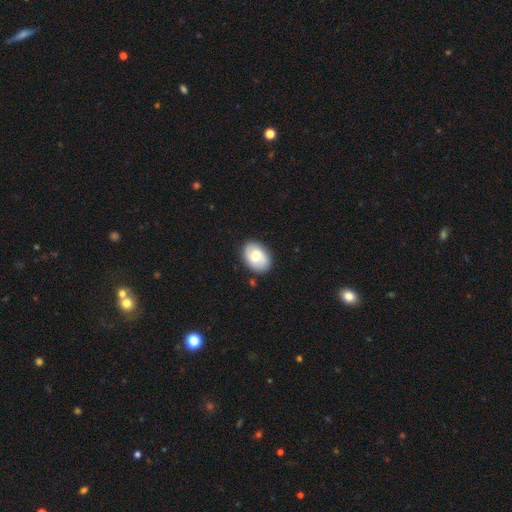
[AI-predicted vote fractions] This appears to be a smooth galaxy with no disk features (56%) that is in between round and cigar-shaped (82%). Merging: none (85%).